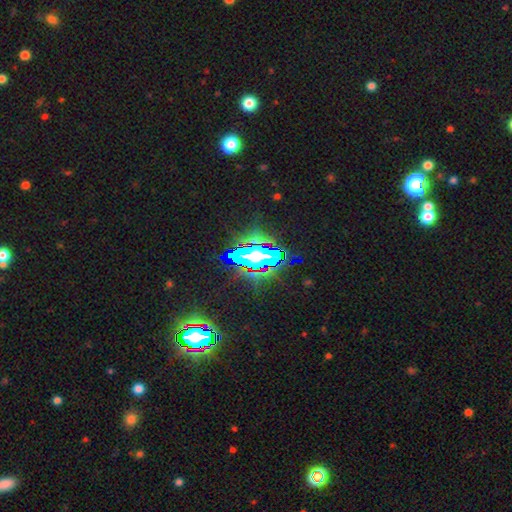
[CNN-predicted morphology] type=star or artifact (64%).